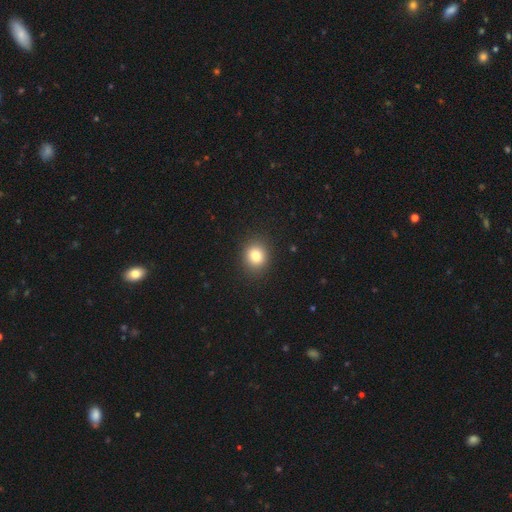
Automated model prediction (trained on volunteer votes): A smooth galaxy with no disk features (82%) that is round (72%). Merging: none (90%).